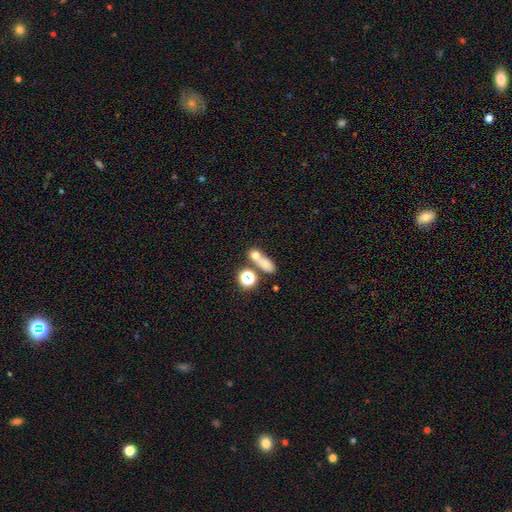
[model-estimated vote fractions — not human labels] Smooth or featured? smooth (65%)
How rounded? round (50%)
Merging? merger (43%)